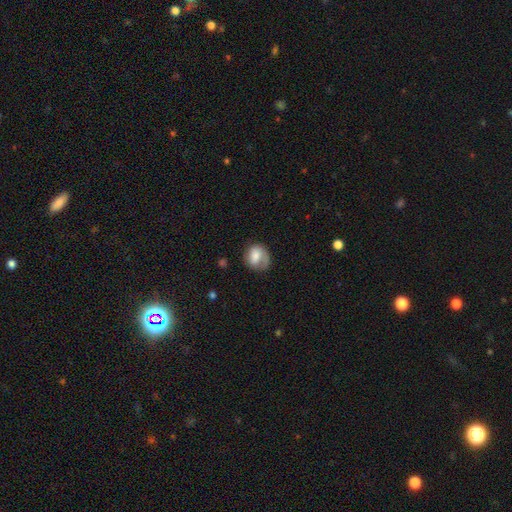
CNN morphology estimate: A smooth galaxy with no disk features (62%) that is round (56%). Merging: none (49%).